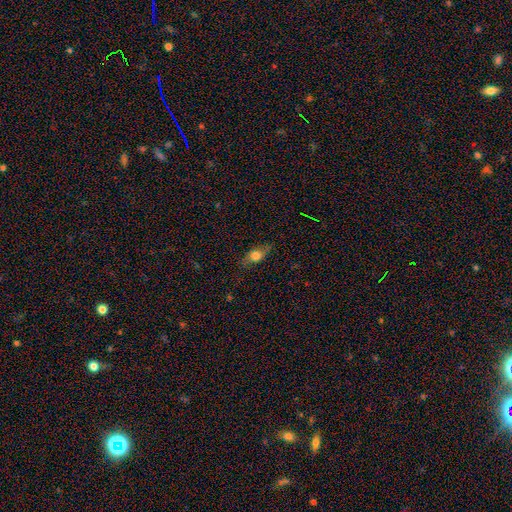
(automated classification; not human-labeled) This is likely a smooth galaxy (64%). How rounded: likely in between (67%). Merging: likely none (75%).